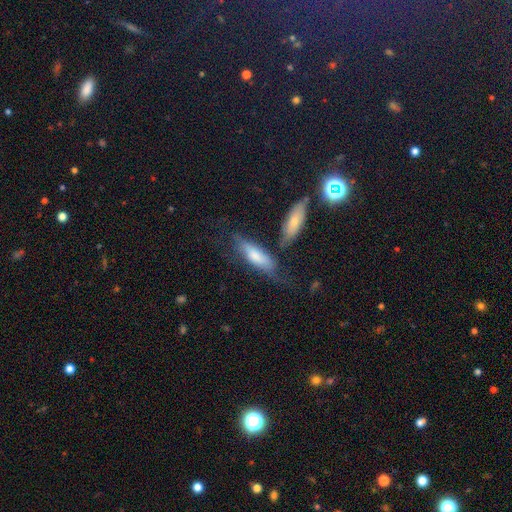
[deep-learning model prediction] Smooth or featured? smooth (62%)
How rounded? in between (51%)
Merging? none (42%)